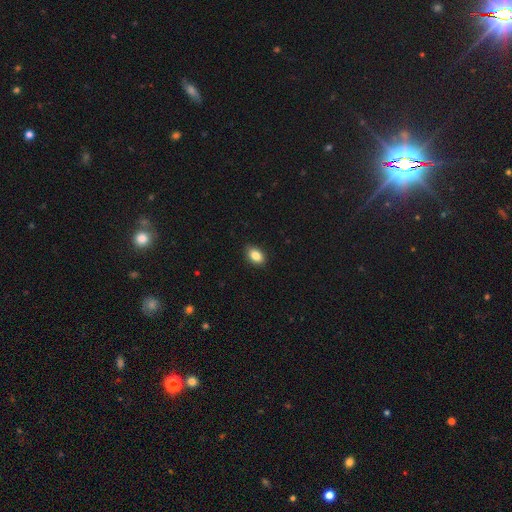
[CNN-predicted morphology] Overall: smooth (85%). How rounded: in between (85%). Merging: none (88%).